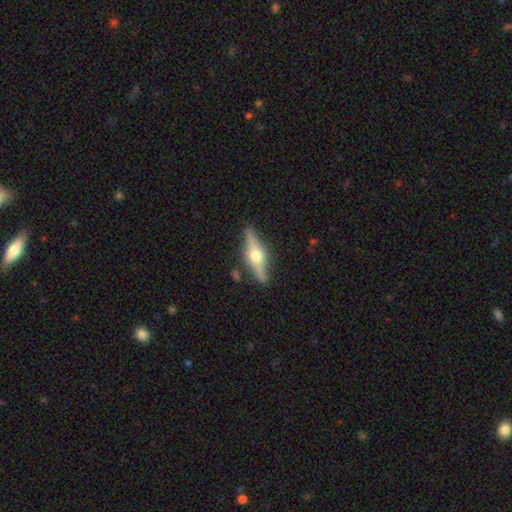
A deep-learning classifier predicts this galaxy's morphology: This is likely a featured or disk galaxy (74%). It is clearly viewed edge-on (96%). Edge-on bulge: clearly rounded (95%). Merging: clearly none (86%).